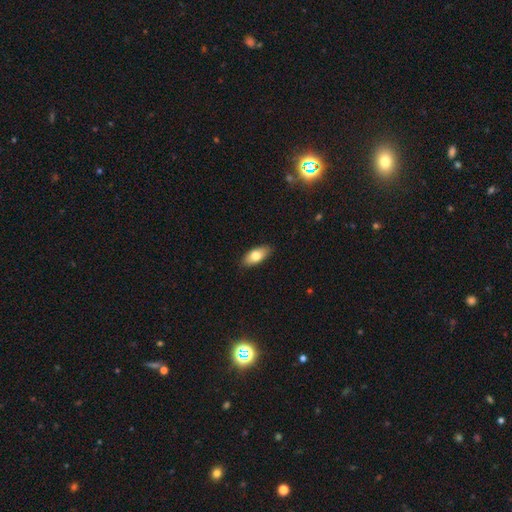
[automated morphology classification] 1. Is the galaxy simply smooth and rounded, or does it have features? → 78% smooth, 16% featured or disk, 6% star or artifact.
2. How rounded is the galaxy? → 87% in between, 10% cigar-shaped, 3% round.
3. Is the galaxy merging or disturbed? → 87% none, 10% minor disturbance, 2% major disturbance, 1% merger.